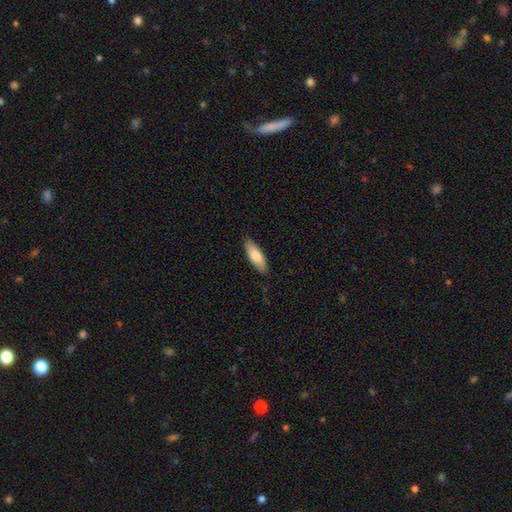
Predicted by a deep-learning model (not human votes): This appears to be a smooth galaxy with no disk features (77%) that is in between round and cigar-shaped (56%). Merging: none (86%).